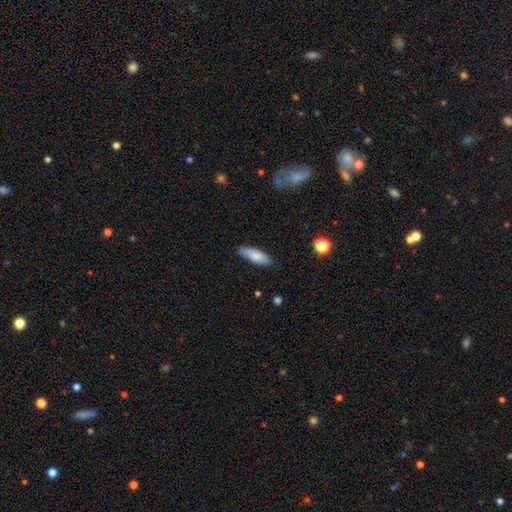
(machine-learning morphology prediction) smooth 81%, featured or disk 13%, star or artifact 6%. Down the decision tree: how rounded — in between (59%); merging — none (78%).